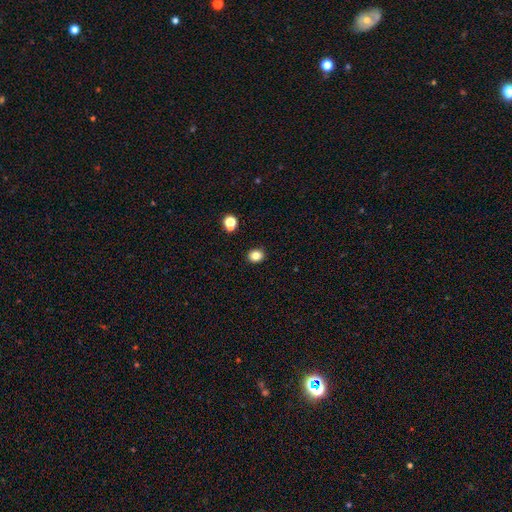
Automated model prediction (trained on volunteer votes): smooth_or_featured: smooth (p=0.82) [alt: star or artifact p=0.12]
how_rounded: round (p=0.69) [alt: in between p=0.30]
merging: none (p=0.90) [alt: minor disturbance p=0.06]